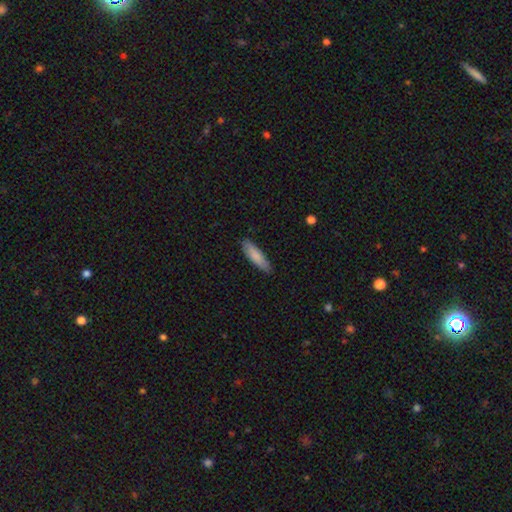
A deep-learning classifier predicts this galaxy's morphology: A smooth galaxy with no disk features (85%) that is cigar-shaped (64%). Merging: none (85%).